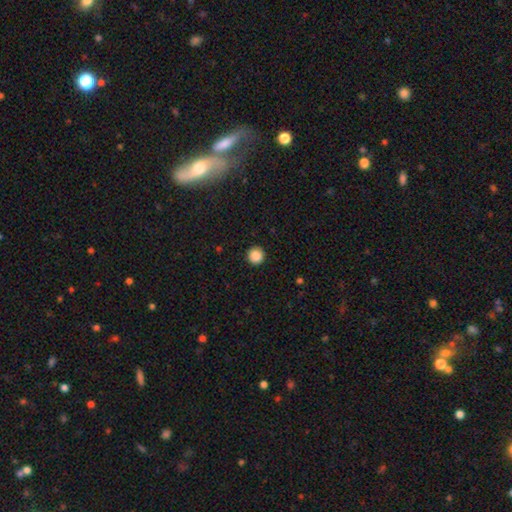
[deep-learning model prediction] Q: Smooth or featured?
A: smooth (87%); runner-up: star or artifact (10%)
Q: How rounded?
A: round (96%); runner-up: in between (3%)
Q: Merging?
A: none (93%); runner-up: minor disturbance (4%)